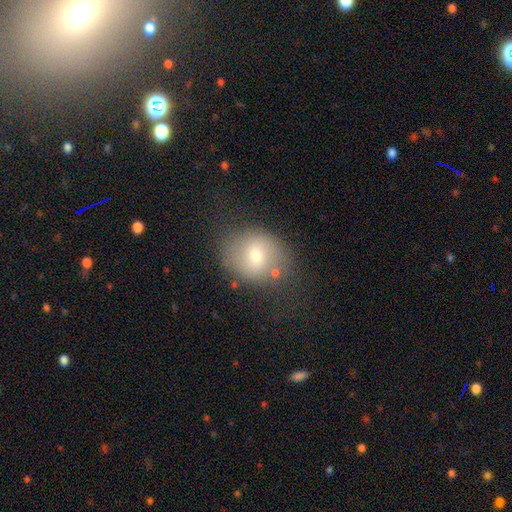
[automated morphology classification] smooth_or_featured: smooth (p=0.58) [alt: featured or disk p=0.31]
how_rounded: round (p=0.66) [alt: in between p=0.33]
merging: none (p=0.68) [alt: minor disturbance p=0.19]